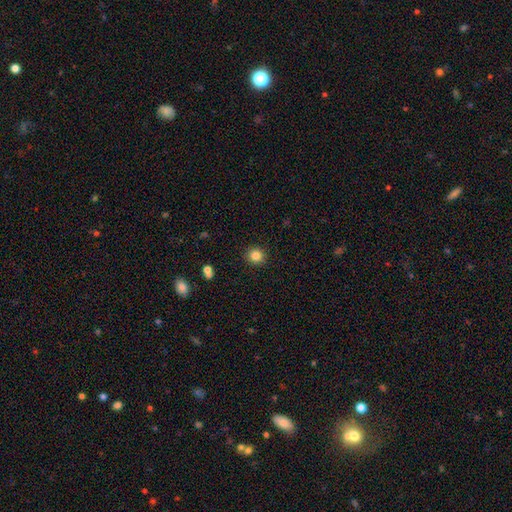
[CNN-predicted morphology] type=smooth (84%); roundness=round (89%); merging=none (91%).